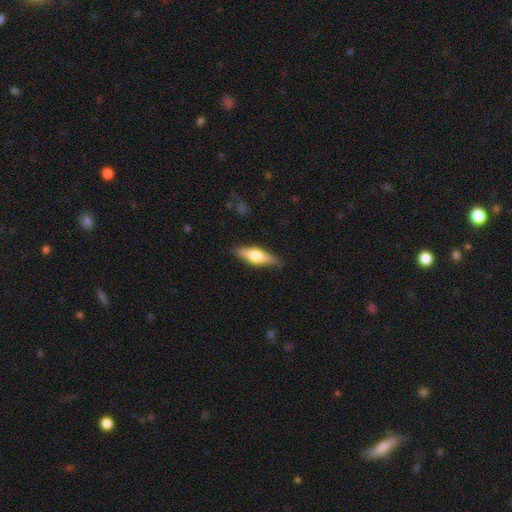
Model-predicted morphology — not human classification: Smooth or featured?
  - smooth: 49% *
  - featured or disk: 45%
  - star or artifact: 6%
Merging?
  - none: 85% *
  - minor disturbance: 12%
  - major disturbance: 2%
  - merger: 1%